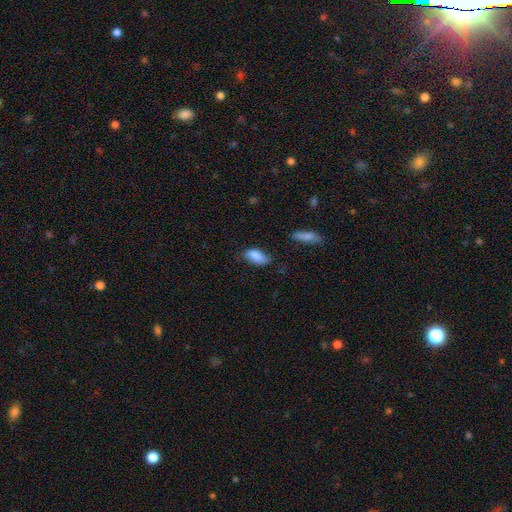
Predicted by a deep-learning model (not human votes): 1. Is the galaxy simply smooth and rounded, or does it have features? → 86% smooth, 7% star or artifact, 7% featured or disk.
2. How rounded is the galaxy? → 92% in between, 4% cigar-shaped, 4% round.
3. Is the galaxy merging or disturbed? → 57% none, 32% minor disturbance, 8% major disturbance, 3% merger.